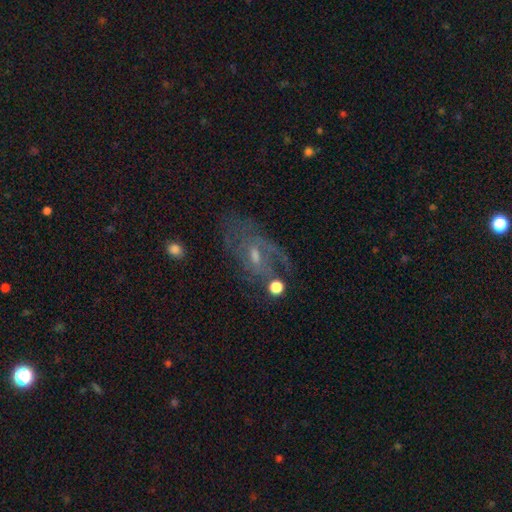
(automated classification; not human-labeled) This appears to be a featured or disk galaxy (72%) with a weak bar (48%), medium (43%) spiral arms (80%) and a small central bulge (49%). Merging: none (51%).